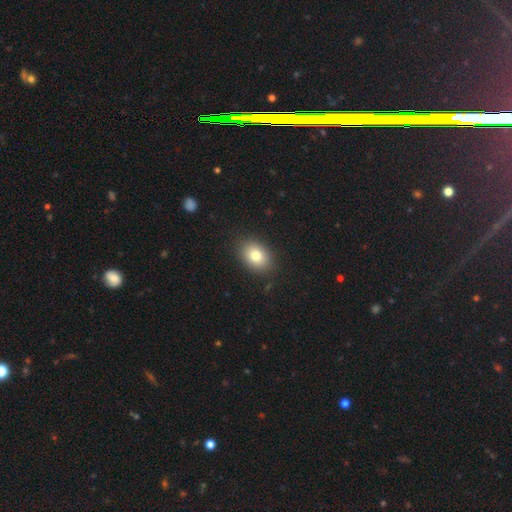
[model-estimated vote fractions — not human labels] Smooth or featured? Predicted: smooth (p=0.81). How rounded? Predicted: in between (p=0.71). Merging? Predicted: none (p=0.87).